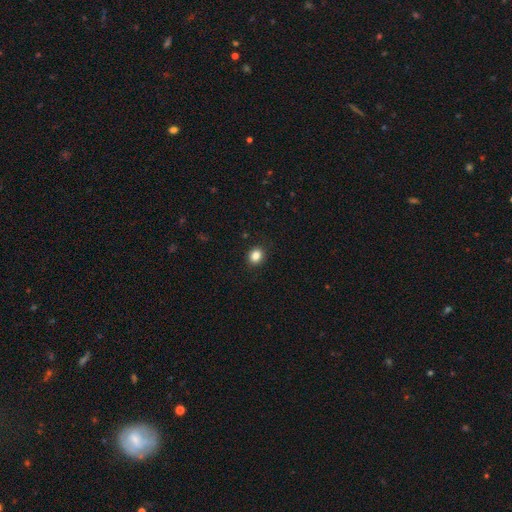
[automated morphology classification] A smooth galaxy with no disk features (85%) that is round (64%).

Vote fractions:
- Smooth or featured? smooth: 85% / star or artifact: 10% / featured or disk: 5%
- How rounded? round: 64% / in between: 35% / cigar-shaped: 1%
- Merging? none: 90% / minor disturbance: 7% / major disturbance: 2% / merger: 1%